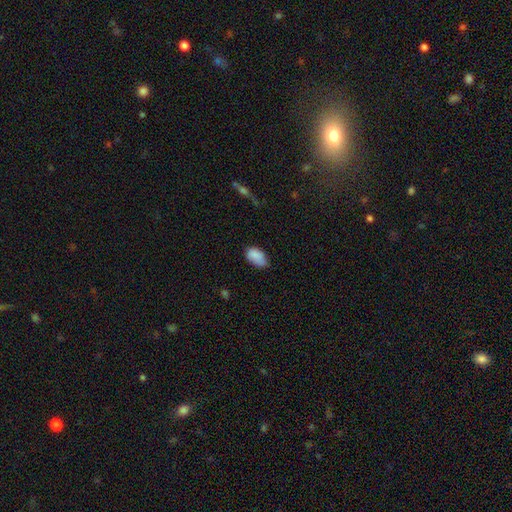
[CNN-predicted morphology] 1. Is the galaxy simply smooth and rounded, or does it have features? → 84% smooth, 9% star or artifact, 8% featured or disk.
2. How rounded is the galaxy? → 91% in between, 8% round, 2% cigar-shaped.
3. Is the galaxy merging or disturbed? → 53% none, 36% minor disturbance, 9% major disturbance, 2% merger.